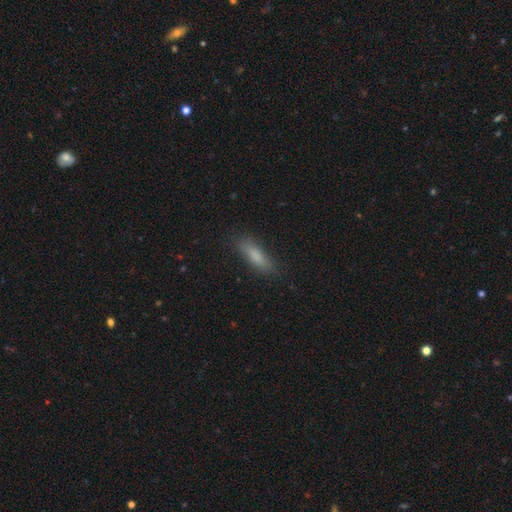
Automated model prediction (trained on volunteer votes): Overall: smooth (80%). How rounded: cigar-shaped (51%; in between 47%). Merging: none (82%).